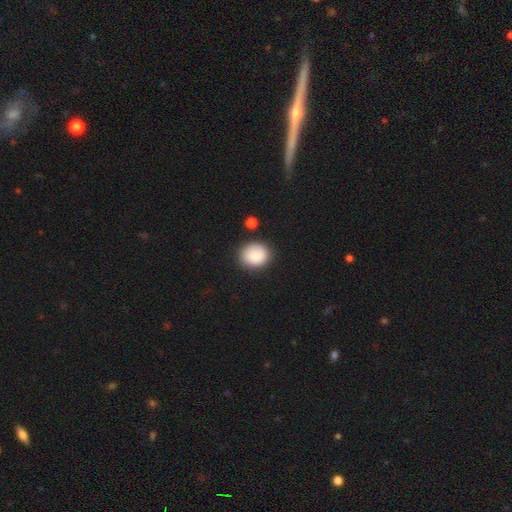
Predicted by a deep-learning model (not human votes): This is clearly a smooth galaxy (84%). How rounded: likely round (77%). Merging: clearly none (81%).